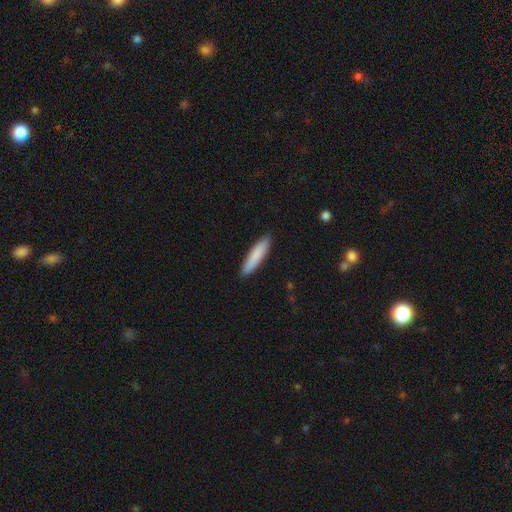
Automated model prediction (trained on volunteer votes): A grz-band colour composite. It shows a smooth galaxy with no disk features (85%) that is cigar-shaped (86%). Merging: none (90%).